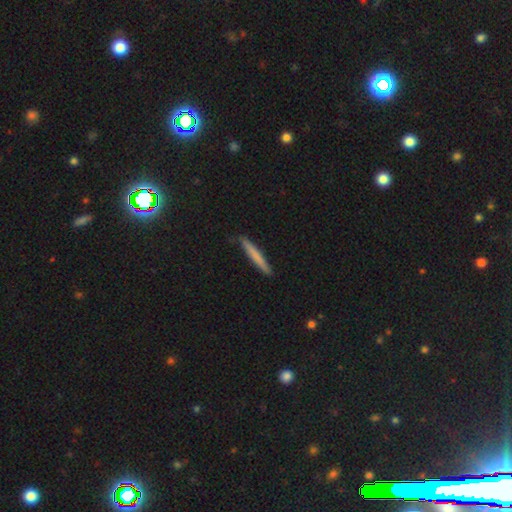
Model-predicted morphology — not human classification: Overall: smooth (71%). How rounded: cigar-shaped (96%). Merging: none (82%).